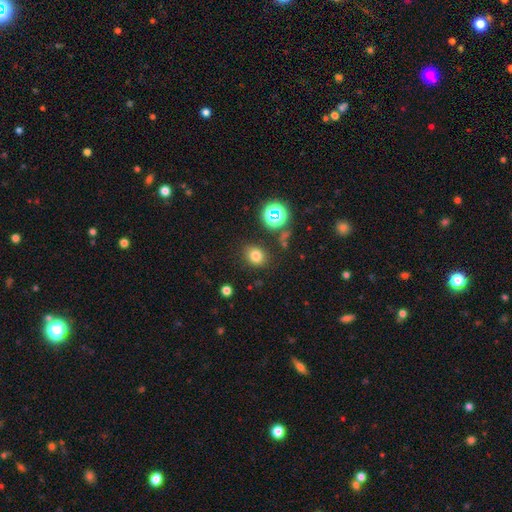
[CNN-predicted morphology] smooth-or-featured: smooth: 75% | star or artifact: 18% | featured or disk: 7%
  how-rounded: round: 61% | in between: 38% | cigar-shaped: 1%
  merging: none: 83% | minor disturbance: 10% | major disturbance: 4% | merger: 3%